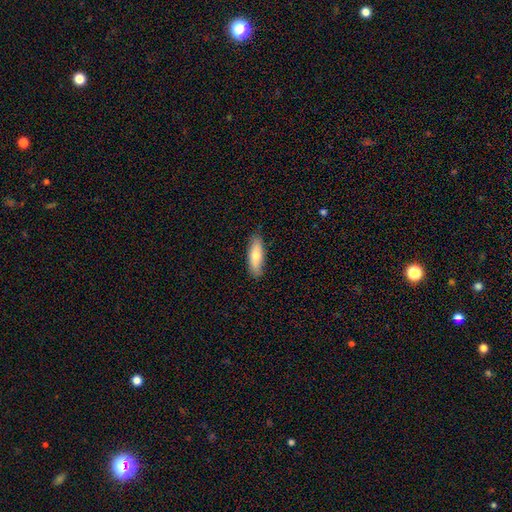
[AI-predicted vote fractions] A smooth galaxy with no disk features (71%) that is in between round and cigar-shaped (51%).

Vote fractions:
- Smooth or featured? smooth: 71% / featured or disk: 23% / star or artifact: 6%
- How rounded? in between: 51% / cigar-shaped: 47% / round: 2%
- Merging? none: 86% / minor disturbance: 11% / major disturbance: 2% / merger: 1%